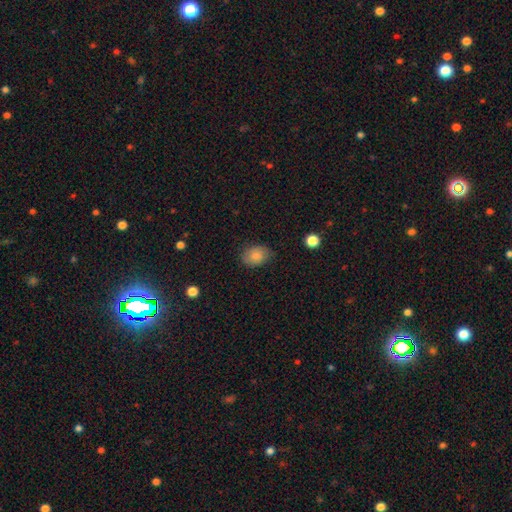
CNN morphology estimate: smooth 82%, featured or disk 10%, star or artifact 8%. Down the decision tree: how rounded — in between (71%); merging — none (77%).